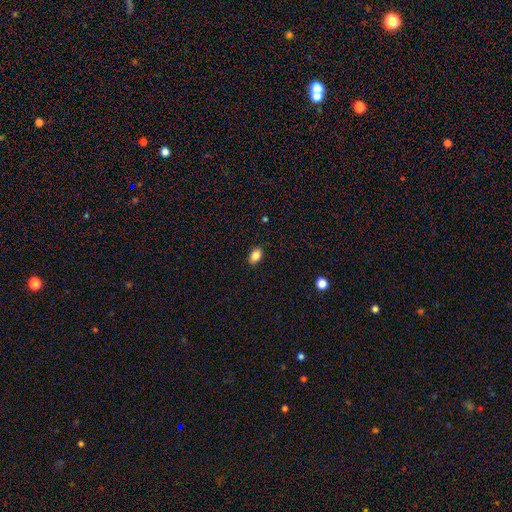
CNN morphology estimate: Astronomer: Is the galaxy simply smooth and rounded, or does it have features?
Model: smooth — 86%.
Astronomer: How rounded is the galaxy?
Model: in between — 83%.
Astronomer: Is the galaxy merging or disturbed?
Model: none — 88%.